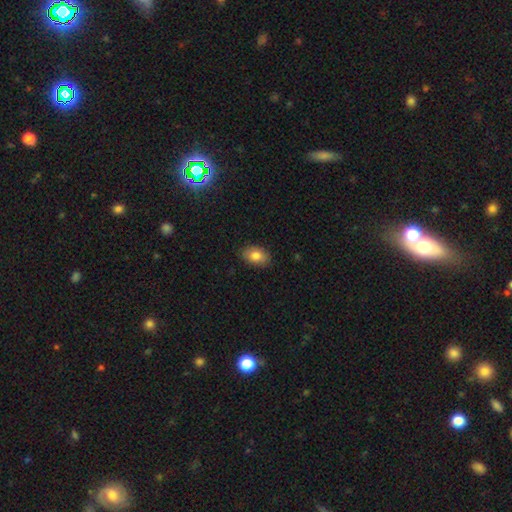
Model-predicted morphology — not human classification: Smooth or featured?
  - smooth: 82% *
  - featured or disk: 10%
  - star or artifact: 8%
How rounded?
  - in between: 86% *
  - round: 13%
  - cigar-shaped: 1%
Merging?
  - none: 87% *
  - minor disturbance: 10%
  - major disturbance: 2%
  - merger: 1%